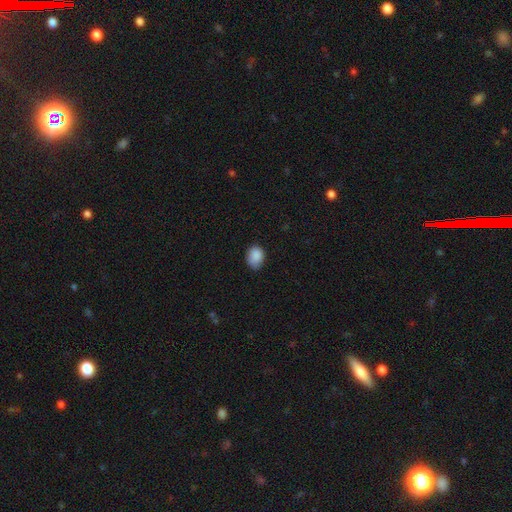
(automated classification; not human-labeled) A smooth galaxy with no disk features (88%) that is in between round and cigar-shaped (59%).

Vote fractions:
- Smooth or featured? smooth: 88% / star or artifact: 8% / featured or disk: 4%
- How rounded? in between: 59% / round: 40% / cigar-shaped: 1%
- Merging? none: 68% / minor disturbance: 27% / major disturbance: 4% / merger: 1%